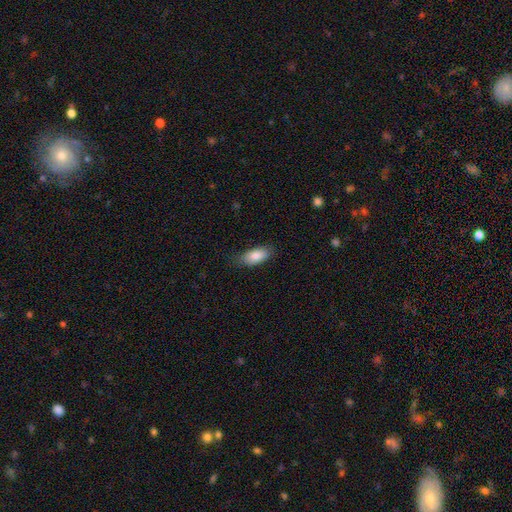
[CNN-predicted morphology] Q: Smooth or featured?
A: smooth (85%); runner-up: featured or disk (9%)
Q: How rounded?
A: in between (90%); runner-up: cigar-shaped (7%)
Q: Merging?
A: none (76%); runner-up: minor disturbance (19%)